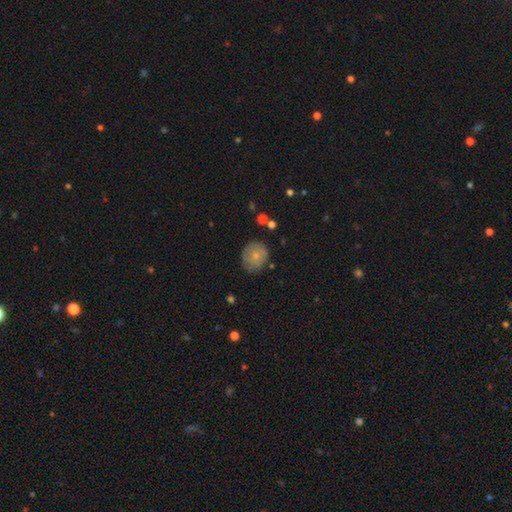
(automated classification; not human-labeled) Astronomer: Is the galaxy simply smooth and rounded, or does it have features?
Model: smooth — 72%.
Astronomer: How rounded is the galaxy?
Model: round — 79%.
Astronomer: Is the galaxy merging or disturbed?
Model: none — 77%.